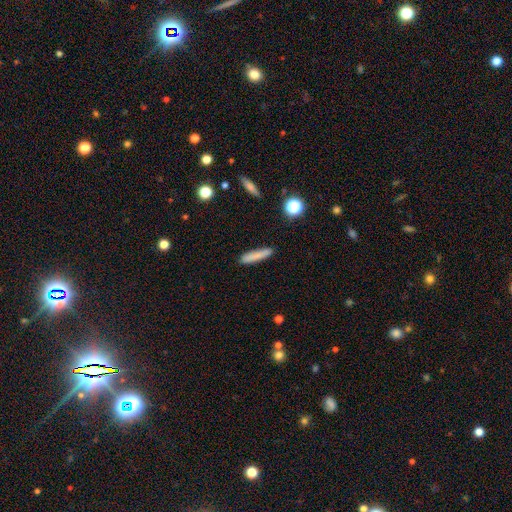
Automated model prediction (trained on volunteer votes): Smooth or featured?
  - smooth: 81% *
  - featured or disk: 11%
  - star or artifact: 8%
How rounded?
  - cigar-shaped: 90% *
  - in between: 8%
  - round: 2%
Merging?
  - none: 87% *
  - minor disturbance: 9%
  - major disturbance: 2%
  - merger: 2%